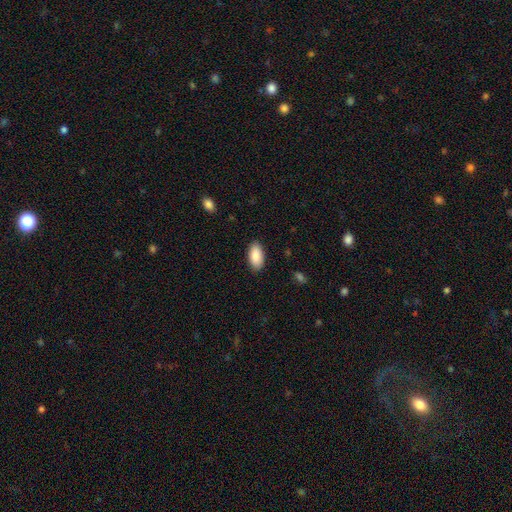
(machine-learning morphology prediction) A smooth galaxy with no disk features (89%) that is in between round and cigar-shaped (94%).

Vote fractions:
- Smooth or featured? smooth: 89% / star or artifact: 6% / featured or disk: 5%
- How rounded? in between: 94% / cigar-shaped: 4% / round: 2%
- Merging? none: 88% / minor disturbance: 9% / major disturbance: 2% / merger: 1%